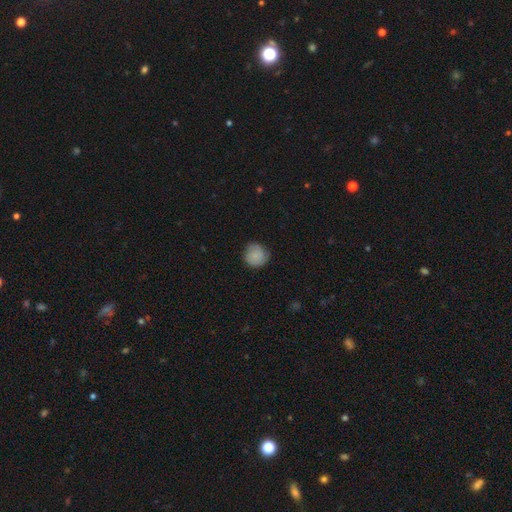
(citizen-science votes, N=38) smooth_or_featured: smooth (p=0.76) [alt: featured or disk p=0.16]
how_rounded: round (p=0.97) [alt: in between p=0.03]
merging: none (p=0.74) [alt: minor disturbance p=0.26]